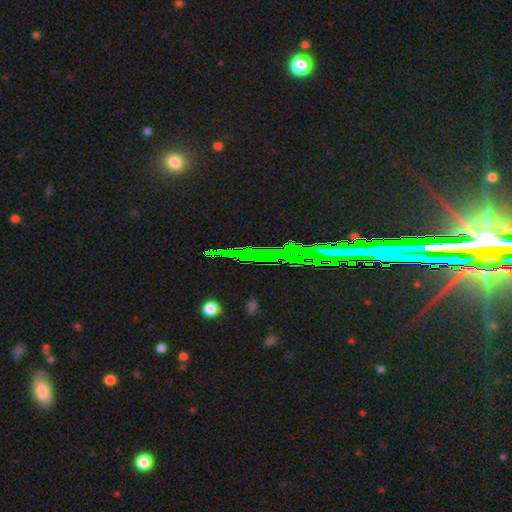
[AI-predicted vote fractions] Smooth or featured? Predicted: star or artifact (p=0.68).